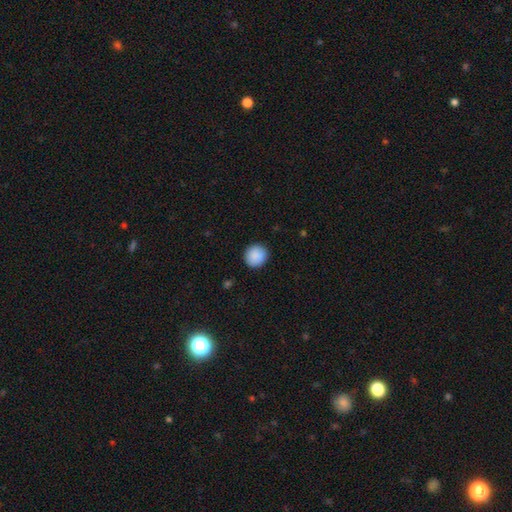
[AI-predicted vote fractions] Q: Smooth or featured?
A: smooth (90%); runner-up: star or artifact (7%)
Q: How rounded?
A: round (92%); runner-up: in between (7%)
Q: Merging?
A: none (91%); runner-up: minor disturbance (7%)